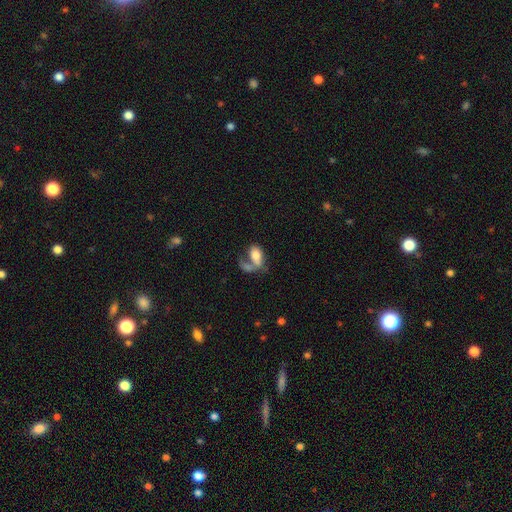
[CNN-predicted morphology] The model was most divided on "merging": merger: 49%, none: 21%, major disturbance: 19%, minor disturbance: 10%. More confident: how rounded — in between (86%); smooth or featured — smooth (68%).